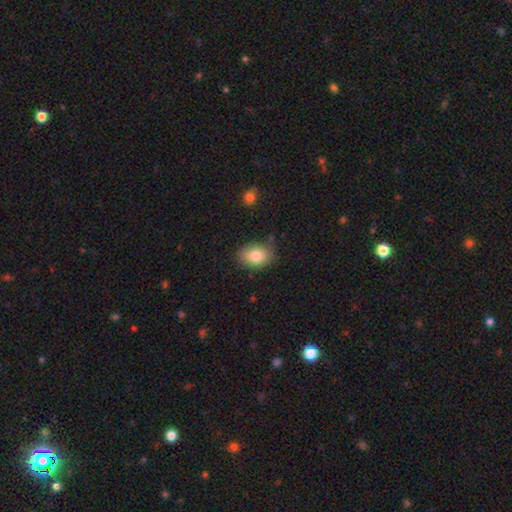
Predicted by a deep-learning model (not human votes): Smooth or featured?
  - smooth: 84% *
  - featured or disk: 8%
  - star or artifact: 8%
How rounded?
  - in between: 76% *
  - round: 23%
  - cigar-shaped: 1%
Merging?
  - none: 76% *
  - minor disturbance: 18%
  - major disturbance: 4%
  - merger: 2%